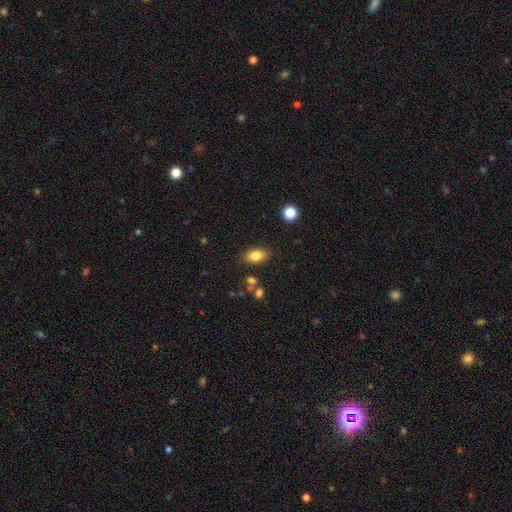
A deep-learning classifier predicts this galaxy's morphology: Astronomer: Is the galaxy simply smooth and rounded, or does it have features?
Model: smooth — 81%.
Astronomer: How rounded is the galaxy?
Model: in between — 87%.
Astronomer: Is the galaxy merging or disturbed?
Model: none — 82%.